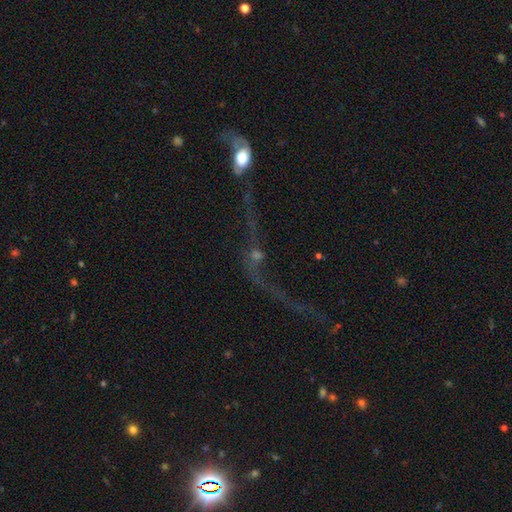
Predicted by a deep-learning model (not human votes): featured or disk 57%, star or artifact 23%, smooth 20%. Down the decision tree: edge-on disk — no (78%); merging — none (31%).